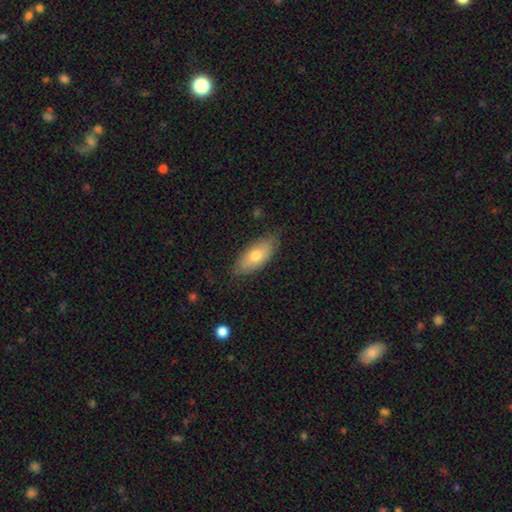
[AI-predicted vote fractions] Q: Smooth or featured?
A: smooth (72%); runner-up: featured or disk (22%)
Q: How rounded?
A: in between (83%); runner-up: cigar-shaped (15%)
Q: Merging?
A: none (81%); runner-up: minor disturbance (15%)